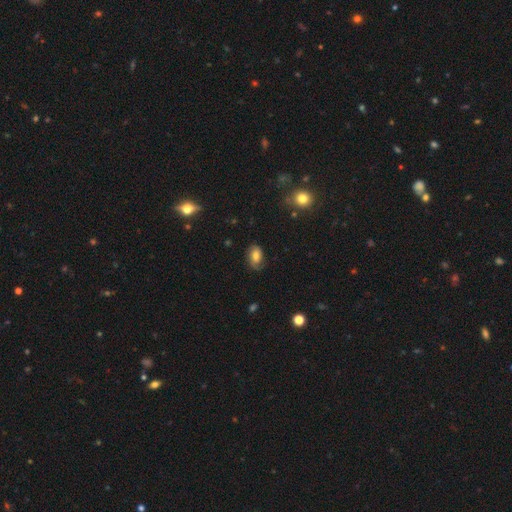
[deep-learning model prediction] Q: Smooth or featured?
A: smooth (58%); runner-up: featured or disk (31%)
Q: How rounded?
A: in between (85%); runner-up: round (14%)
Q: Merging?
A: none (71%); runner-up: minor disturbance (21%)